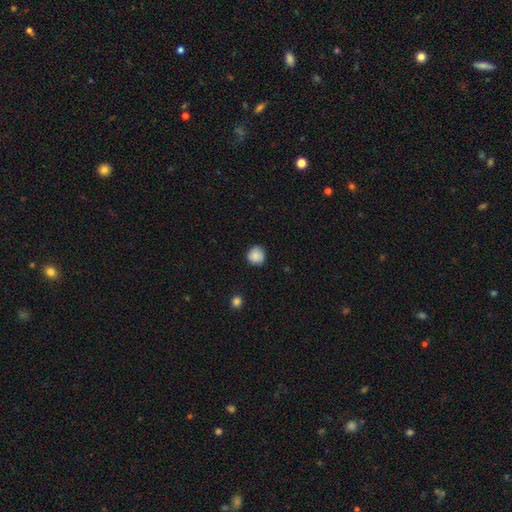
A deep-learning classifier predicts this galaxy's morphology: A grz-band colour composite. It shows a smooth galaxy with no disk features (87%) that is round (91%). Merging: none (86%).